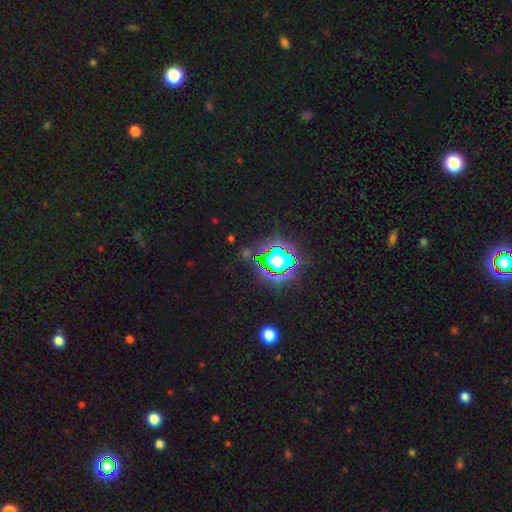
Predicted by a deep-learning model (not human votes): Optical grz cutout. It shows a star or artifact, not a galaxy (81%).